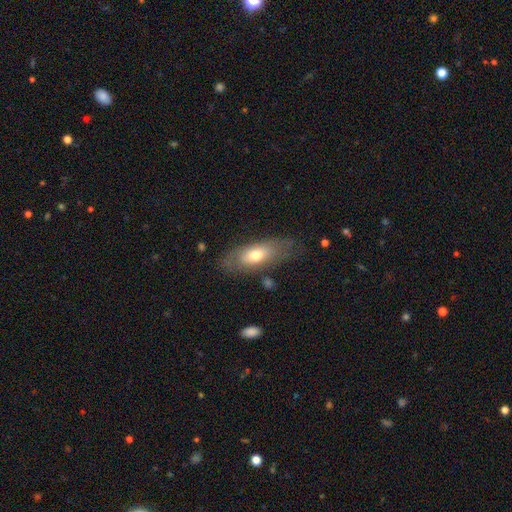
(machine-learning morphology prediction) A smooth galaxy with no disk features (60%) that is in between round and cigar-shaped (76%). Merging: none (69%).